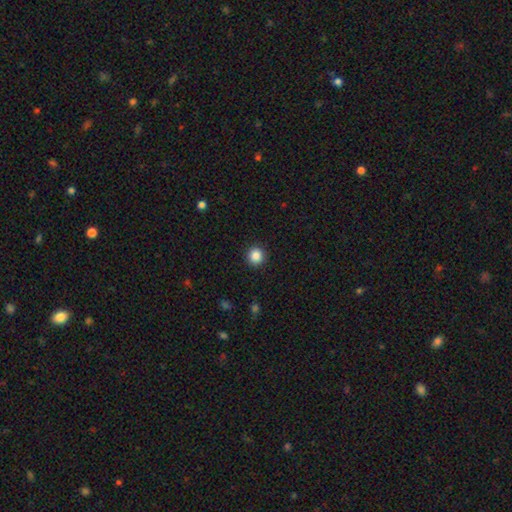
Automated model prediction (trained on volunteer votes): smooth 87%, star or artifact 10%, featured or disk 3%. Down the decision tree: how rounded — round (93%); merging — none (92%).